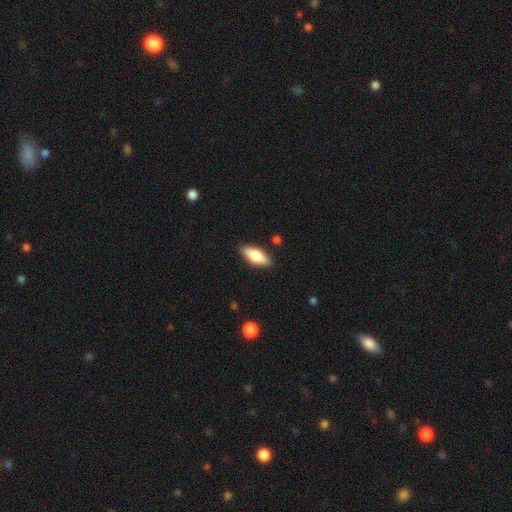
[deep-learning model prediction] smooth_or_featured: smooth (p=0.70) [alt: featured or disk p=0.23]
how_rounded: in between (p=0.76) [alt: cigar-shaped p=0.22]
merging: none (p=0.87) [alt: minor disturbance p=0.09]